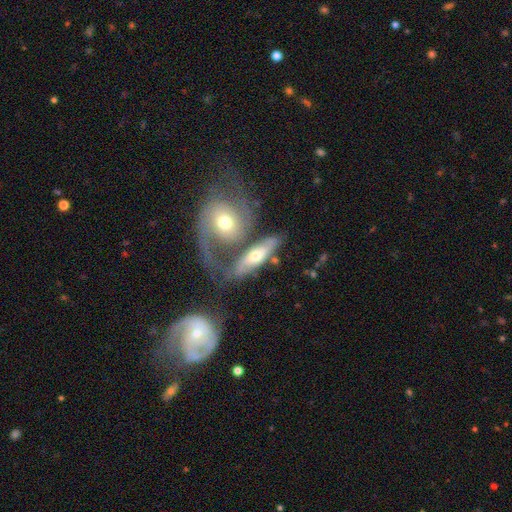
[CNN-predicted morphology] Smooth or featured: featured or disk — 55% (smooth — 39%)
Edge-on disk: no — 69% (yes — 31%)
Merging: merger — 42% (none — 35%)